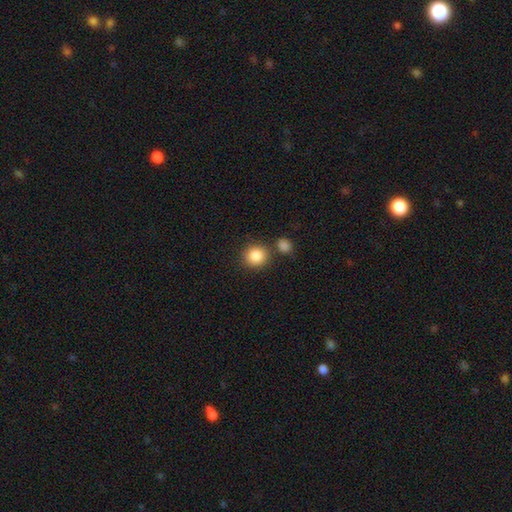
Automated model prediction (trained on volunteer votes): Morphology: type=smooth (87%); roundness=round (88%); merging=none (76%).